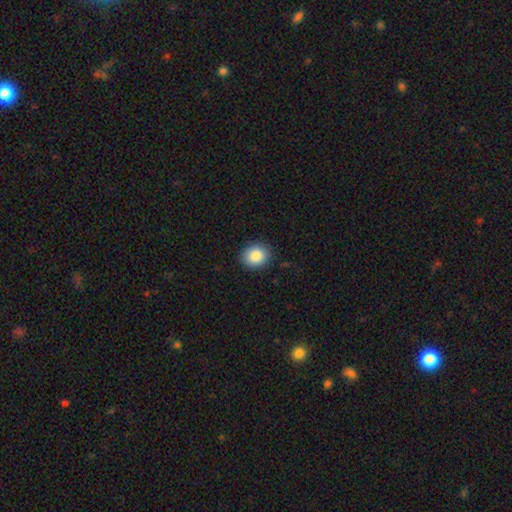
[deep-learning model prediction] The model was most divided on "how rounded": round: 68%, in between: 31%, cigar-shaped: 1%. More confident: merging — none (88%); smooth or featured — smooth (87%).